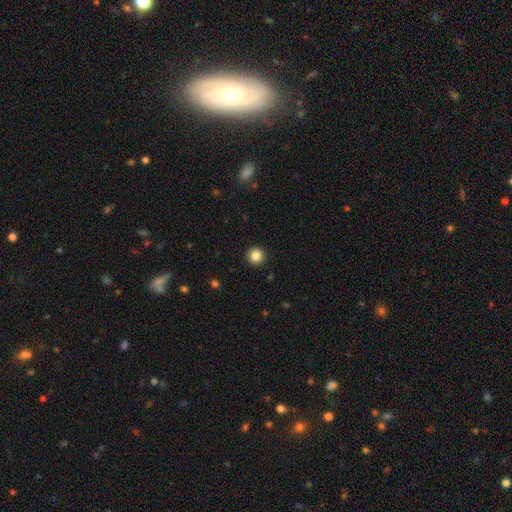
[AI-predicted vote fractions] Q: Smooth or featured?
A: smooth (85%); runner-up: star or artifact (10%)
Q: How rounded?
A: round (94%); runner-up: in between (5%)
Q: Merging?
A: none (93%); runner-up: minor disturbance (5%)